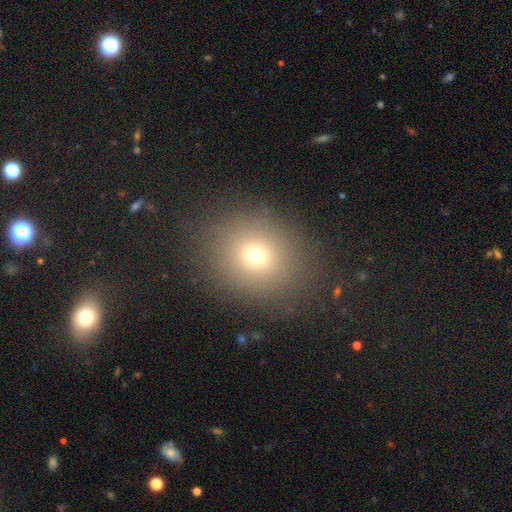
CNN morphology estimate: Smooth or featured? Predicted: smooth (p=0.70). How rounded? Predicted: round (p=0.73). Merging? Predicted: none (p=0.85).